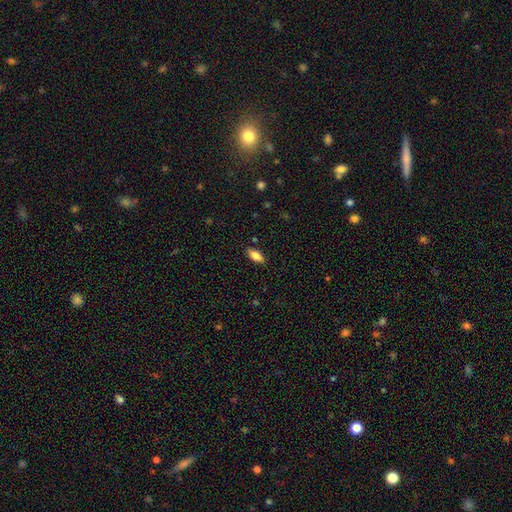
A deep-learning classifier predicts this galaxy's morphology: Smooth or featured? Predicted: smooth (p=0.82). How rounded? Predicted: in between (p=0.84). Merging? Predicted: none (p=0.87).